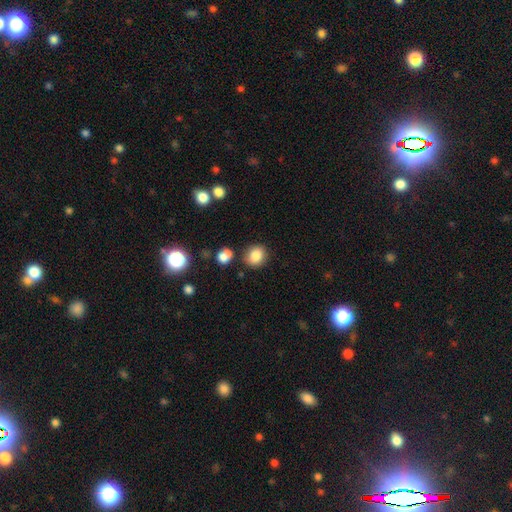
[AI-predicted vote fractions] Morphology: type=smooth (84%); roundness=round (78%); merging=none (80%).